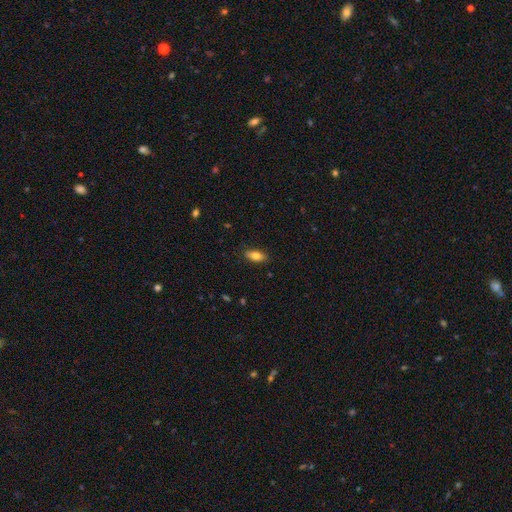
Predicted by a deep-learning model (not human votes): Smooth or featured? Predicted: smooth (p=0.78). How rounded? Predicted: in between (p=0.83). Merging? Predicted: none (p=0.86).